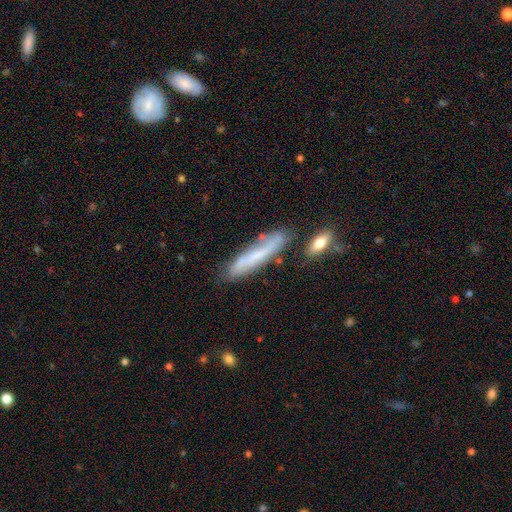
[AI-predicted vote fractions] This appears to be a featured or disk galaxy (52%). Merging: none (67%).